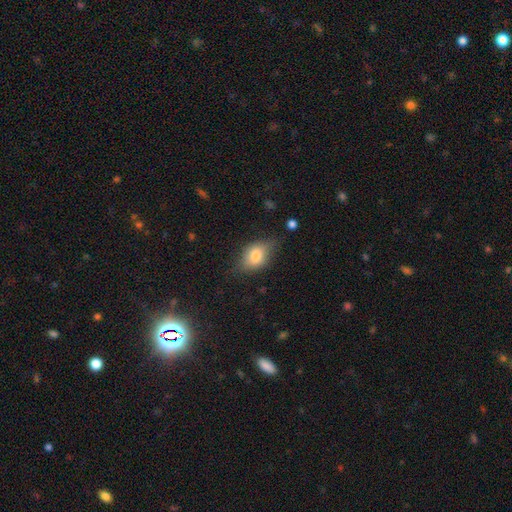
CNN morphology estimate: A smooth galaxy with no disk features (74%) that is in between round and cigar-shaped (77%). Merging: none (62%).